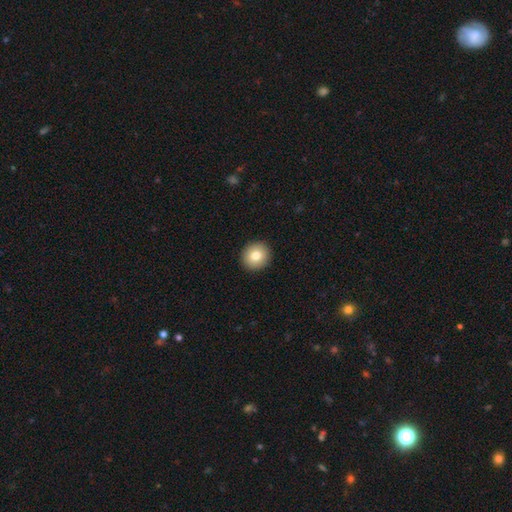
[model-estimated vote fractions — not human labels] Q: Smooth or featured?
A: smooth (80%); runner-up: featured or disk (11%)
Q: How rounded?
A: round (91%); runner-up: in between (9%)
Q: Merging?
A: none (93%); runner-up: minor disturbance (5%)